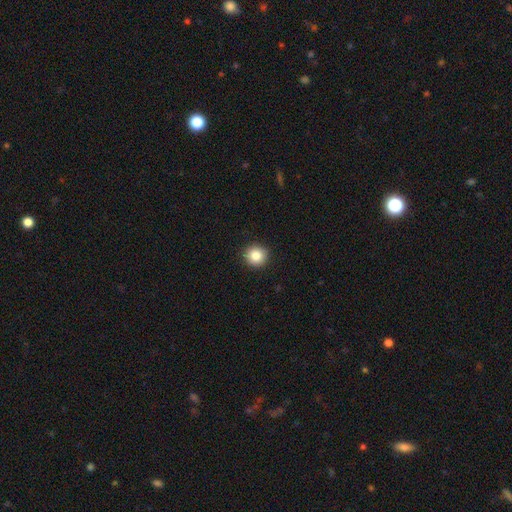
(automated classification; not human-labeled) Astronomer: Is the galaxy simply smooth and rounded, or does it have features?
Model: smooth — 85%.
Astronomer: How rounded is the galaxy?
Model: round — 93%.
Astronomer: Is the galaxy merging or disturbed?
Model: none — 92%.